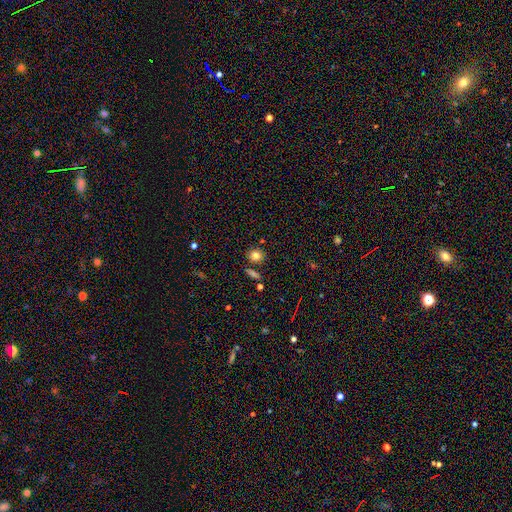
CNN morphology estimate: Overall: smooth (79%). How rounded: round (75%). Merging: none (81%).